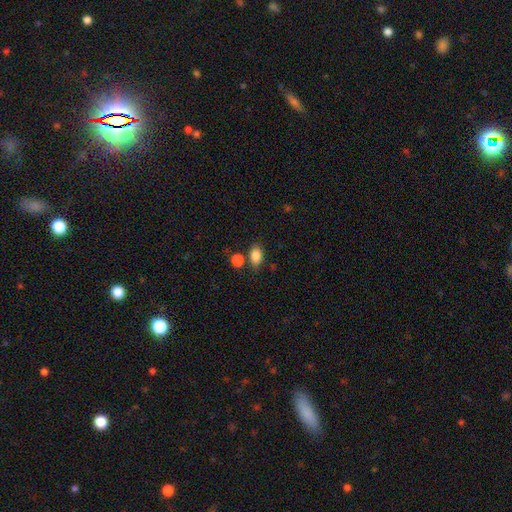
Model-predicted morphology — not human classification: Q: Smooth or featured?
A: smooth (85%); runner-up: star or artifact (9%)
Q: How rounded?
A: in between (81%); runner-up: round (17%)
Q: Merging?
A: none (68%); runner-up: minor disturbance (15%)